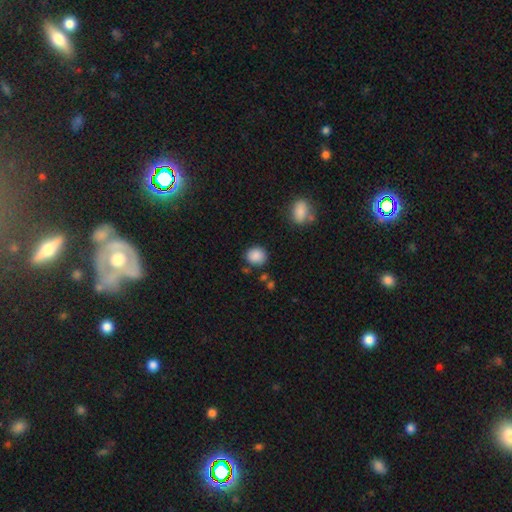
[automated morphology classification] This is clearly a smooth galaxy (88%). How rounded: likely round (76%). Merging: likely none (79%).